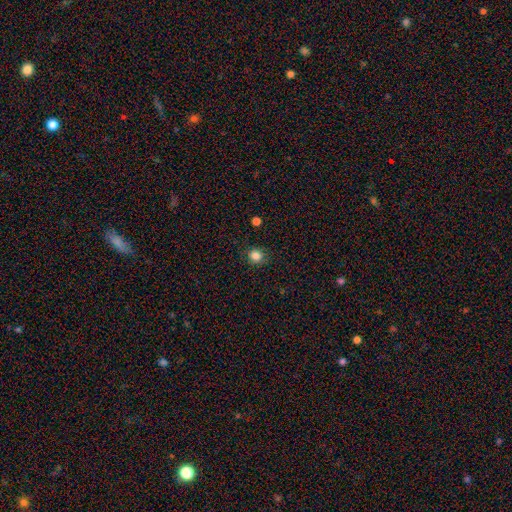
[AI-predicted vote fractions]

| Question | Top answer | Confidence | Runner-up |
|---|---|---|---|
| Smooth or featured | smooth | 83% | star or artifact (12%) |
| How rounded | round | 88% | in between (11%) |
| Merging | none | 87% | minor disturbance (9%) |